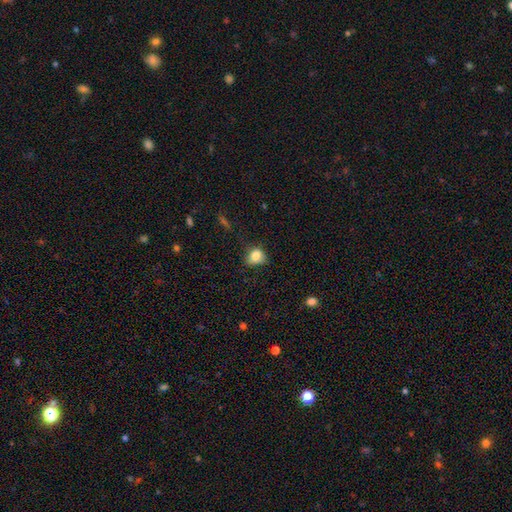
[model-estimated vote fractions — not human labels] Smooth or featured: smooth — 81% (star or artifact — 10%)
How rounded: round — 54% (in between — 44%)
Merging: none — 54% (minor disturbance — 33%)